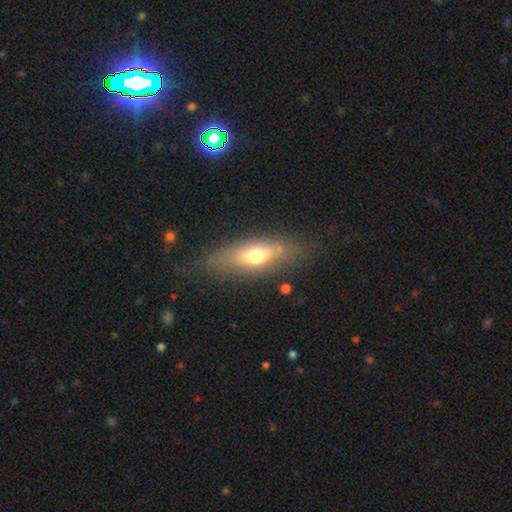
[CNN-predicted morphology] This appears to be a smooth galaxy with no disk features (58%) that is in between round and cigar-shaped (58%). Merging: none (73%).